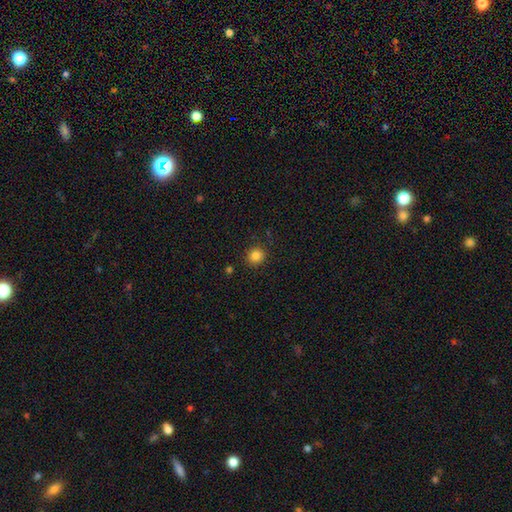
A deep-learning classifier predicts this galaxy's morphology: smooth_or_featured: smooth (p=0.84) [alt: star or artifact p=0.12]
how_rounded: round (p=0.89) [alt: in between p=0.10]
merging: none (p=0.89) [alt: minor disturbance p=0.07]